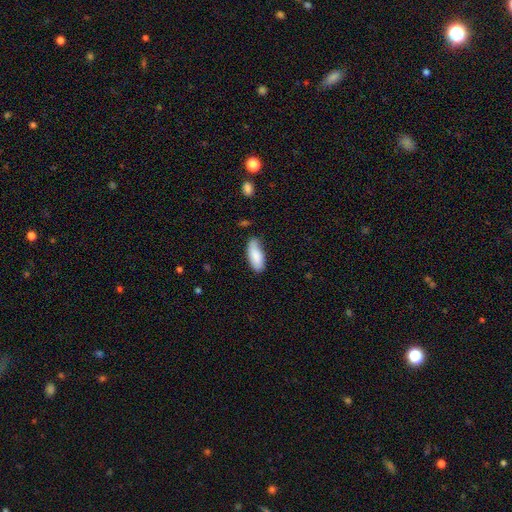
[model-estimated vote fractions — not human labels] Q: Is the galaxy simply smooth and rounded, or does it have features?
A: smooth — 85%.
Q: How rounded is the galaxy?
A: in between — 82%.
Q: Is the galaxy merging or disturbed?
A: none — 72%.